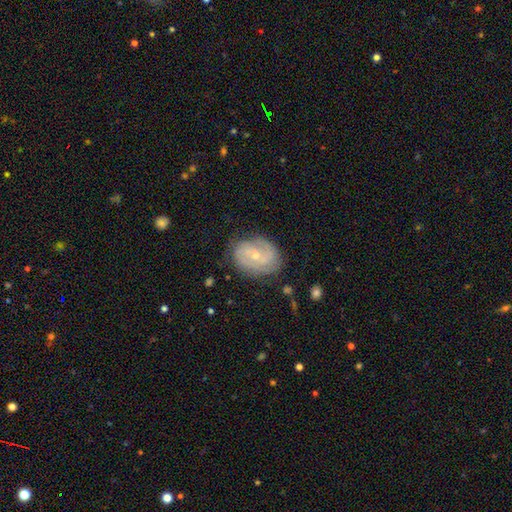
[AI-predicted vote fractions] This is likely a featured or disk galaxy (76%). It is clearly not viewed edge-on (97%). Bar: possibly no (51%). Spiral arm pattern: clearly yes (91%). Spiral arm count: possibly 2 (51%). Spiral winding: possibly tight (45%). Central bulge: likely small (72%). Merging: likely none (74%).